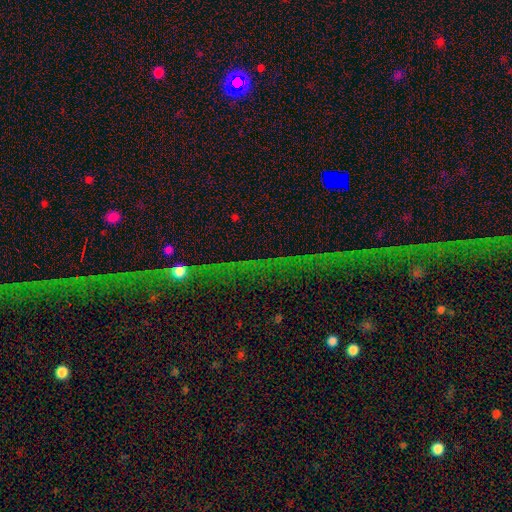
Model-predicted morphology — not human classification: This is likely a star or artifact rather than a galaxy (73%).